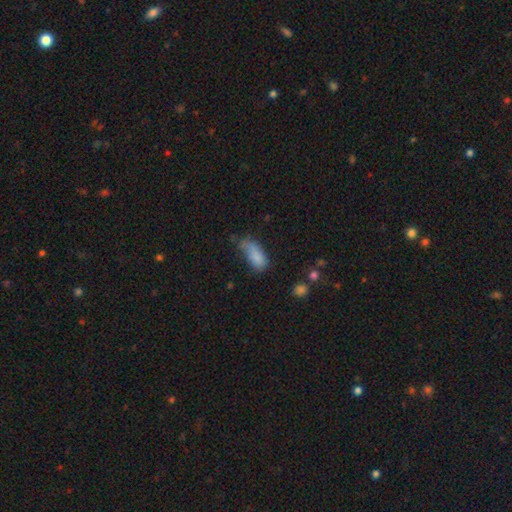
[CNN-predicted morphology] Overall: smooth (80%). How rounded: in between (85%). Merging: minor disturbance (36%; none 30%).